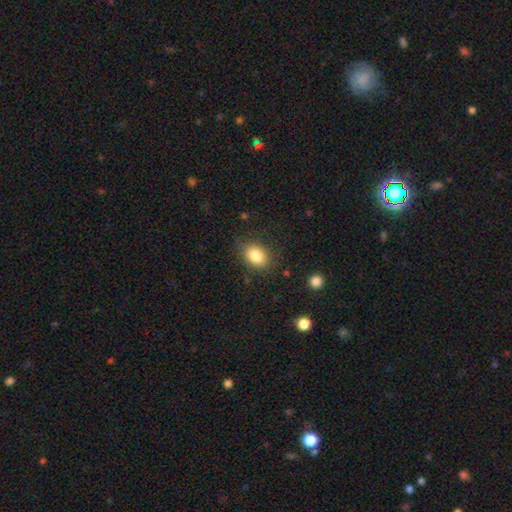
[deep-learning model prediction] Smooth or featured? Predicted: smooth (p=0.85). How rounded? Predicted: in between (p=0.68). Merging? Predicted: none (p=0.80).